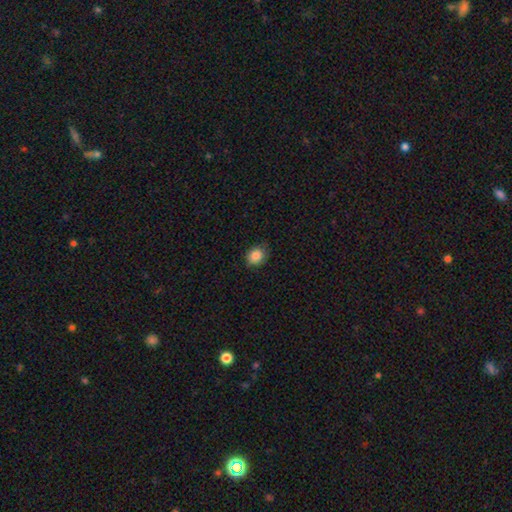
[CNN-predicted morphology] This appears to be a smooth galaxy with no disk features (85%) that is round (65%). Merging: none (77%).